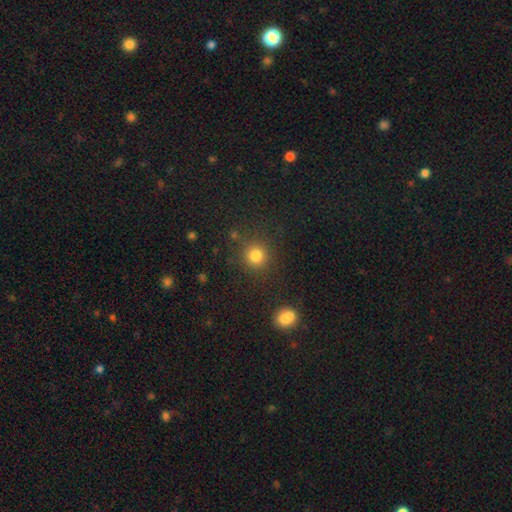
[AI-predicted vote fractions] Smooth or featured?
  - smooth: 81% *
  - star or artifact: 14%
  - featured or disk: 5%
How rounded?
  - round: 92% *
  - in between: 7%
  - cigar-shaped: 1%
Merging?
  - none: 84% *
  - minor disturbance: 8%
  - merger: 4%
  - major disturbance: 4%